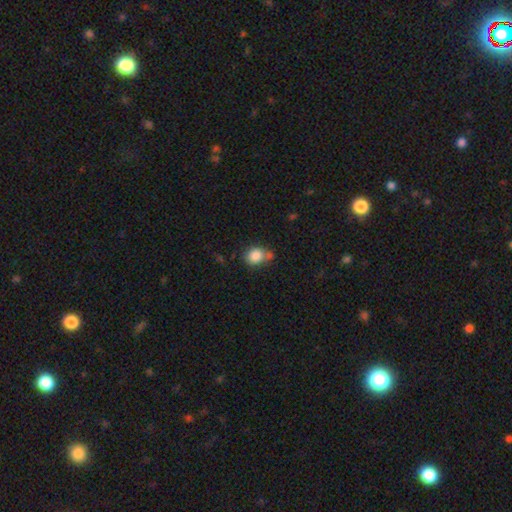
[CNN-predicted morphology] type=smooth (84%); roundness=round (63%); merging=none (50%).